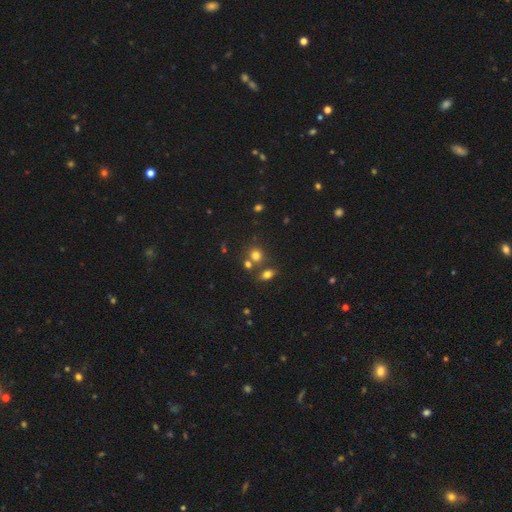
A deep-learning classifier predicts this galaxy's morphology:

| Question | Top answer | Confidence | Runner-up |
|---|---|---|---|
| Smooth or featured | smooth | 72% | star or artifact (18%) |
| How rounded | round | 78% | in between (21%) |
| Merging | none | 61% | merger (26%) |